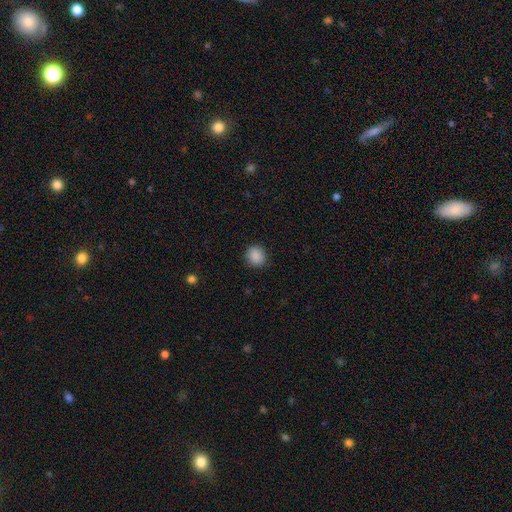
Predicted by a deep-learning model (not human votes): Smooth or featured: smooth — 88% (star or artifact — 9%)
How rounded: round — 82% (in between — 17%)
Merging: none — 88% (minor disturbance — 8%)